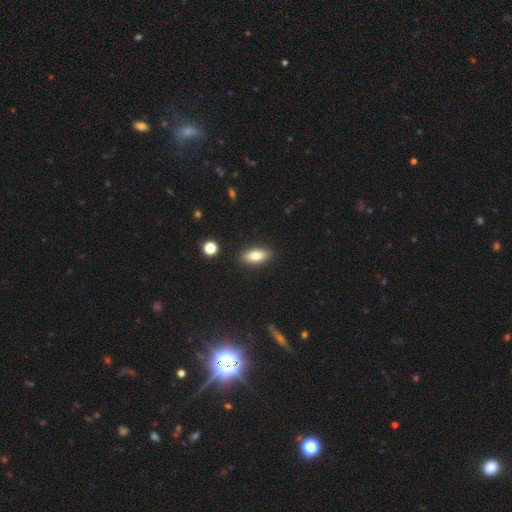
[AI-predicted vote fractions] Smooth or featured?
  - smooth: 79% *
  - featured or disk: 14%
  - star or artifact: 7%
How rounded?
  - in between: 83% *
  - cigar-shaped: 14%
  - round: 4%
Merging?
  - none: 89% *
  - minor disturbance: 8%
  - major disturbance: 2%
  - merger: 2%